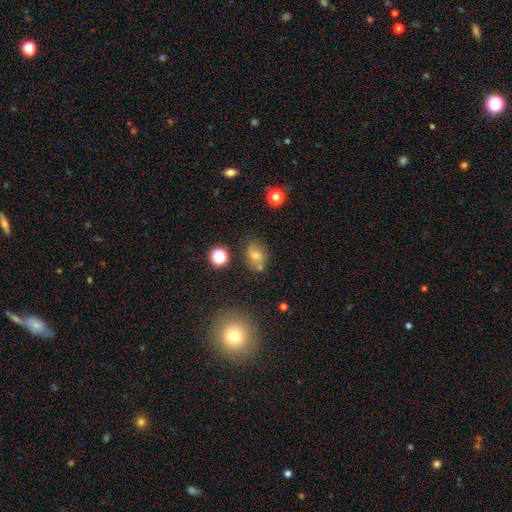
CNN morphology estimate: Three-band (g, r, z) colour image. It shows a smooth galaxy with no disk features (65%) that is in between round and cigar-shaped (69%). Merging: none (58%).